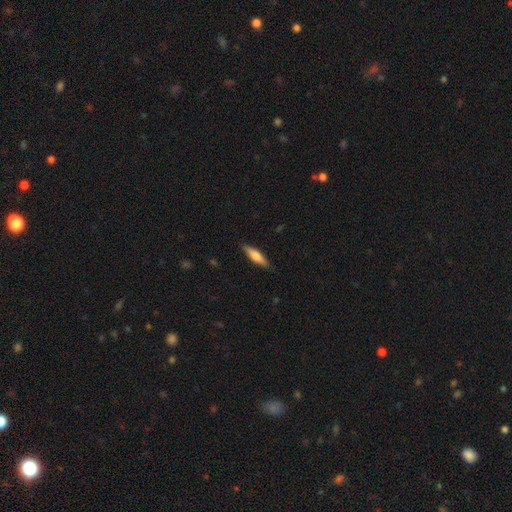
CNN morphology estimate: Overall: smooth (67%; featured or disk 27%). How rounded: cigar-shaped (69%). Merging: none (87%).